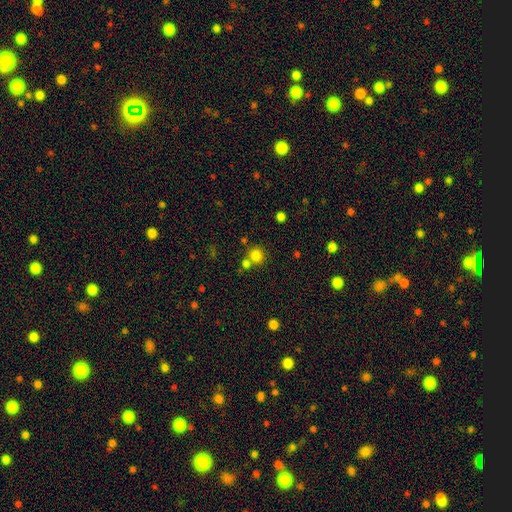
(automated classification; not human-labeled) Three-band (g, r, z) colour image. It shows a smooth galaxy with no disk features (80%) that is round (90%). Merging: none (64%).